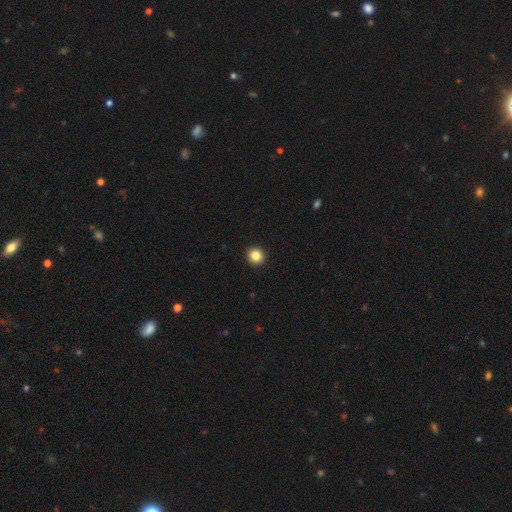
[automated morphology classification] Q: Smooth or featured?
A: smooth (85%); runner-up: star or artifact (11%)
Q: How rounded?
A: round (93%); runner-up: in between (6%)
Q: Merging?
A: none (94%); runner-up: minor disturbance (4%)